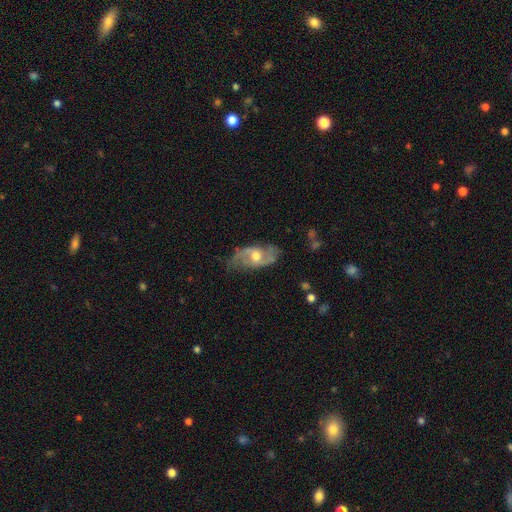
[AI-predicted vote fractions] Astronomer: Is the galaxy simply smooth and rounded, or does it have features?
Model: featured or disk — 75%.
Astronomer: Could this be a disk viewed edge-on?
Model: no — 91%.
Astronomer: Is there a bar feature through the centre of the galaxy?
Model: no — 59%.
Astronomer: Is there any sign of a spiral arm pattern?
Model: yes — 83%.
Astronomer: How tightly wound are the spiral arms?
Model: loose — 43% (runner-up: medium, 41%).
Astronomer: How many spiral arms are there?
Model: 2 — 78%.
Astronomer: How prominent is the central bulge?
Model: moderate — 75%.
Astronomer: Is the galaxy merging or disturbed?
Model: none — 64%.